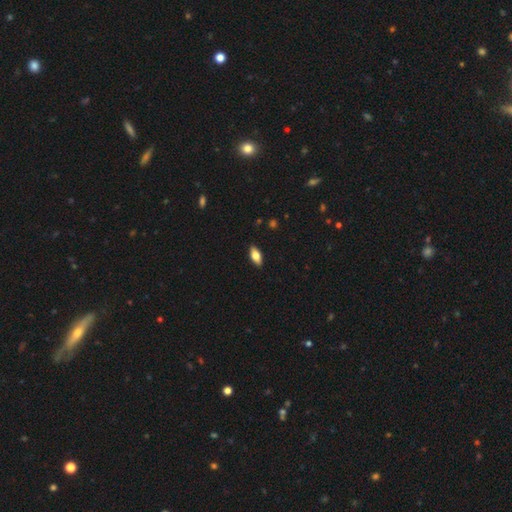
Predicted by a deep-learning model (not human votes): Smooth or featured? smooth (71%)
How rounded? in between (86%)
Merging? none (89%)